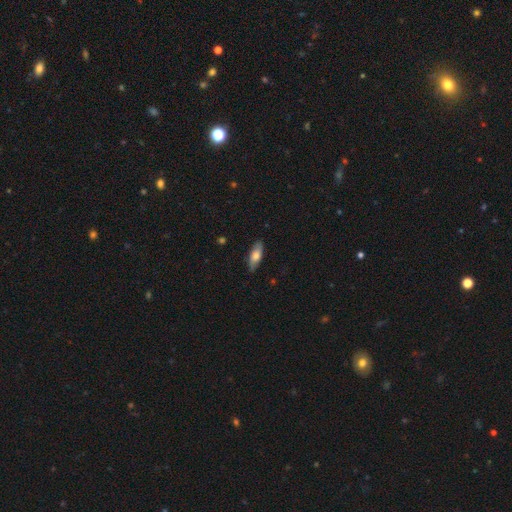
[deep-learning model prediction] A smooth galaxy with no disk features (66%) that is in between round and cigar-shaped (66%).

Vote fractions:
- Smooth or featured? smooth: 66% / featured or disk: 28% / star or artifact: 6%
- How rounded? in between: 66% / cigar-shaped: 31% / round: 2%
- Merging? none: 84% / minor disturbance: 13% / major disturbance: 2% / merger: 1%